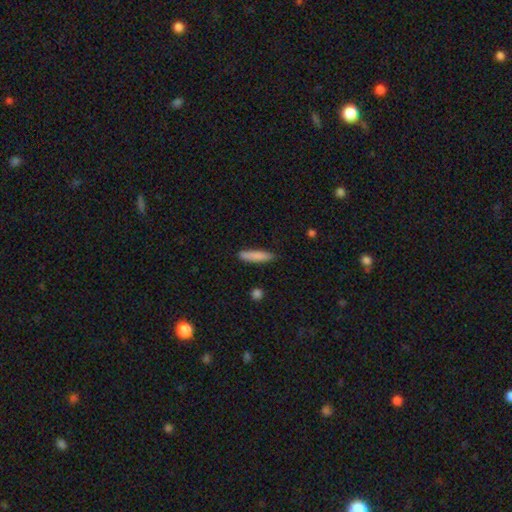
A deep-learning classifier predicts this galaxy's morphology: Smooth or featured? smooth (84%)
How rounded? cigar-shaped (86%)
Merging? none (86%)